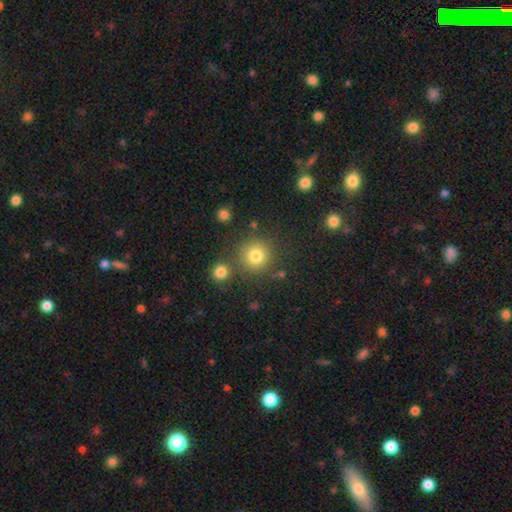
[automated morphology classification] Q: Smooth or featured?
A: smooth (80%); runner-up: star or artifact (13%)
Q: How rounded?
A: round (94%); runner-up: in between (5%)
Q: Merging?
A: none (79%); runner-up: merger (10%)